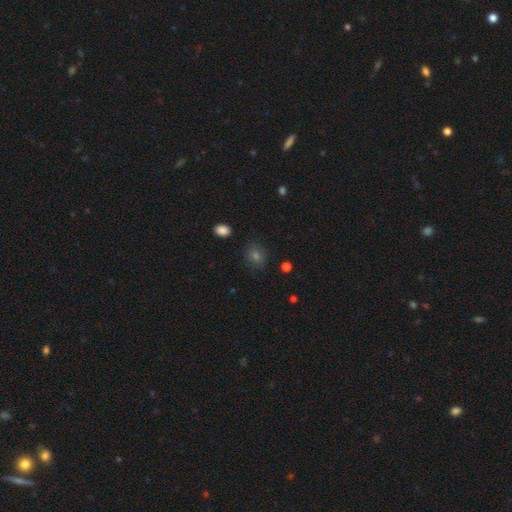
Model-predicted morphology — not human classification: Smooth or featured?
  - smooth: 68% *
  - star or artifact: 22%
  - featured or disk: 10%
How rounded?
  - round: 66% *
  - in between: 33%
  - cigar-shaped: 1%
Merging?
  - none: 84% *
  - minor disturbance: 11%
  - major disturbance: 3%
  - merger: 2%